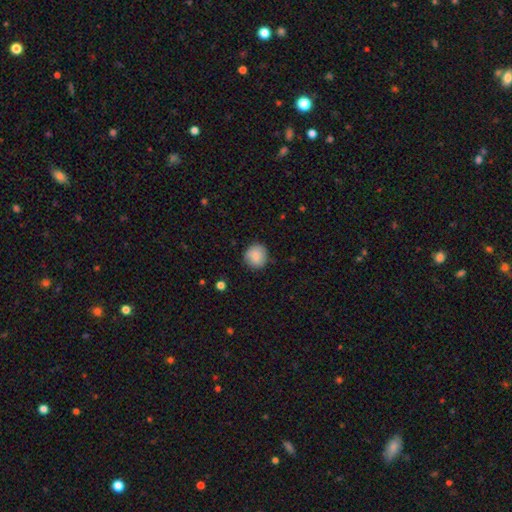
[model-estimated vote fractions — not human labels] This is clearly a smooth galaxy (82%). How rounded: clearly round (90%). Merging: clearly none (84%).